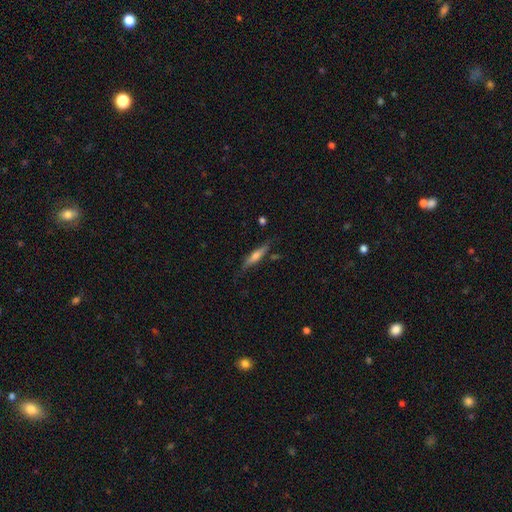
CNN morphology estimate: Q: Smooth or featured?
A: smooth (51%); runner-up: featured or disk (42%)
Q: How rounded?
A: cigar-shaped (83%); runner-up: in between (15%)
Q: Merging?
A: none (77%); runner-up: minor disturbance (16%)